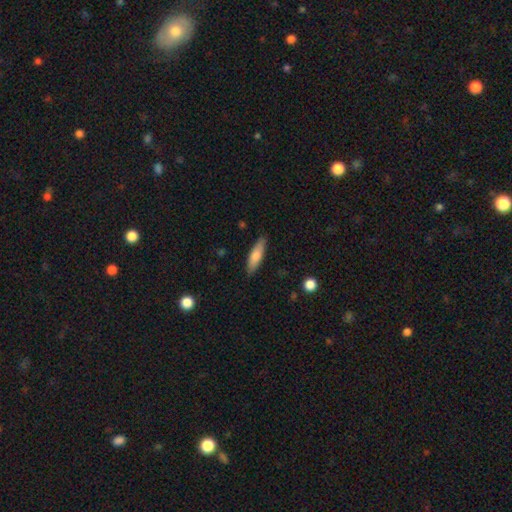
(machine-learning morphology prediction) smooth_or_featured: smooth (p=0.74) [alt: featured or disk p=0.20]
how_rounded: cigar-shaped (p=0.62) [alt: in between p=0.36]
merging: none (p=0.86) [alt: minor disturbance p=0.11]